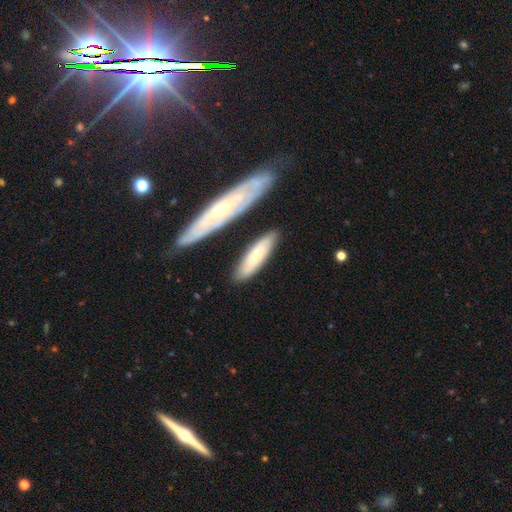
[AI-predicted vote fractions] A smooth galaxy with no disk features (63%) that is cigar-shaped (67%). Merging: none (75%).